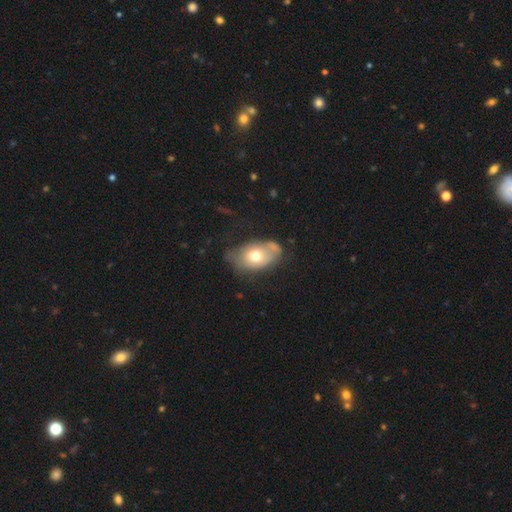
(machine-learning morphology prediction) Q: Smooth or featured?
A: smooth (62%); runner-up: featured or disk (30%)
Q: How rounded?
A: in between (85%); runner-up: round (13%)
Q: Merging?
A: none (42%); runner-up: minor disturbance (34%)